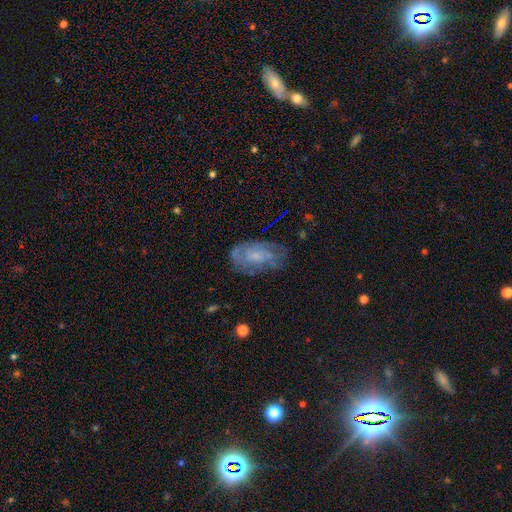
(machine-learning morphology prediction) Smooth or featured: featured or disk — 63% (smooth — 28%)
Edge-on disk: no — 95% (yes — 5%)
Bar: no — 67% (weak — 29%)
Spiral arms: yes — 72% (no — 28%)
Bulge size: small — 43% (moderate — 28%)
Merging: none — 65% (minor disturbance — 22%)